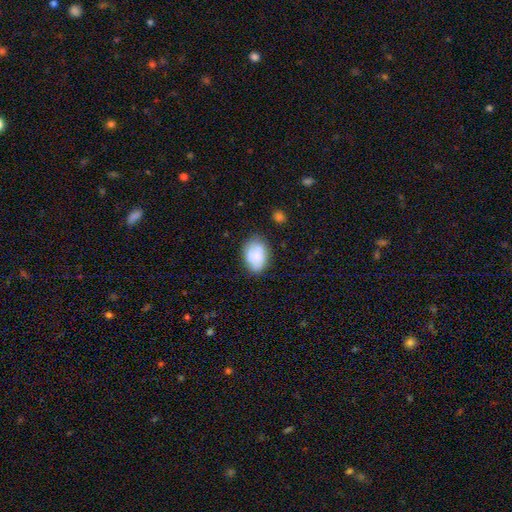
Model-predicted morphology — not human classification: This is likely a smooth galaxy (66%). How rounded: clearly in between (82%). Merging: possibly none (55%).